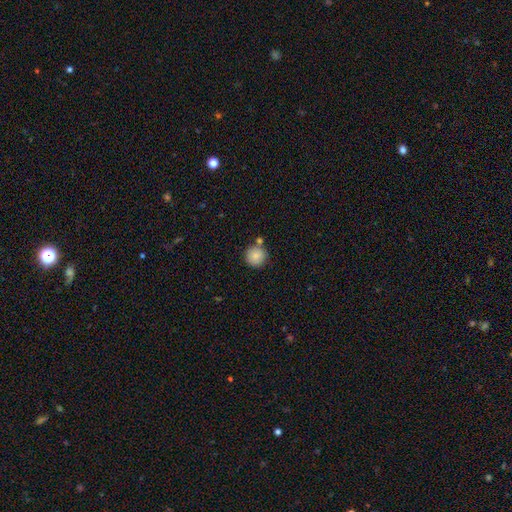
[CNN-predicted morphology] The model was most divided on "merging": none: 77%, merger: 12%, minor disturbance: 9%, major disturbance: 2%. More confident: how rounded — round (95%); smooth or featured — smooth (85%).